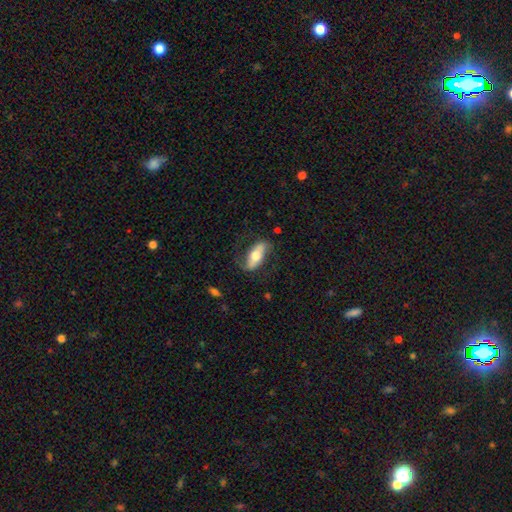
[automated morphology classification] smooth-or-featured: featured or disk: 50% | smooth: 44% | star or artifact: 6%
  merging: none: 70% | minor disturbance: 19% | major disturbance: 9% | merger: 1%